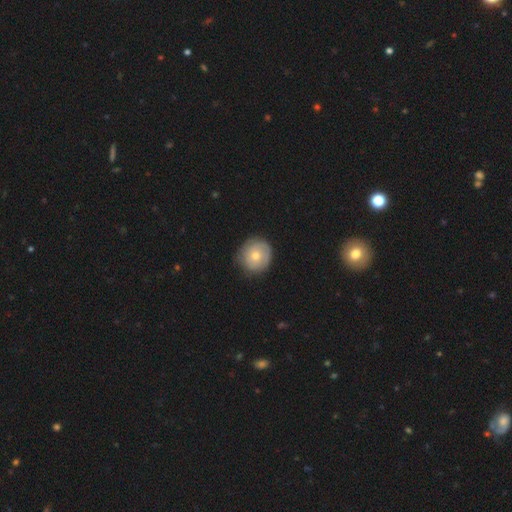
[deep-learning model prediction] A smooth galaxy with no disk features (60%) that is round (90%). Merging: none (79%).